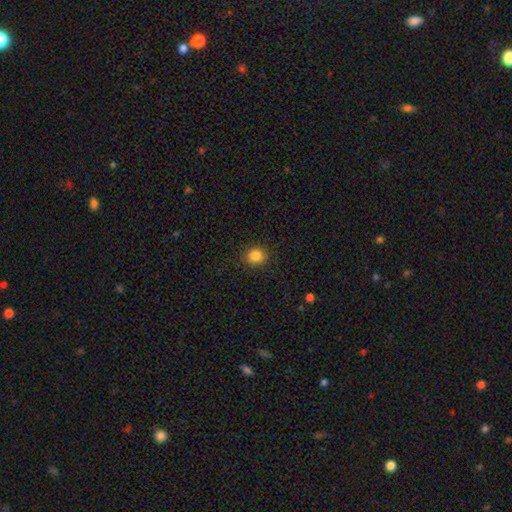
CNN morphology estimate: Smooth or featured? Predicted: smooth (p=0.85). How rounded? Predicted: round (p=0.78). Merging? Predicted: none (p=0.89).